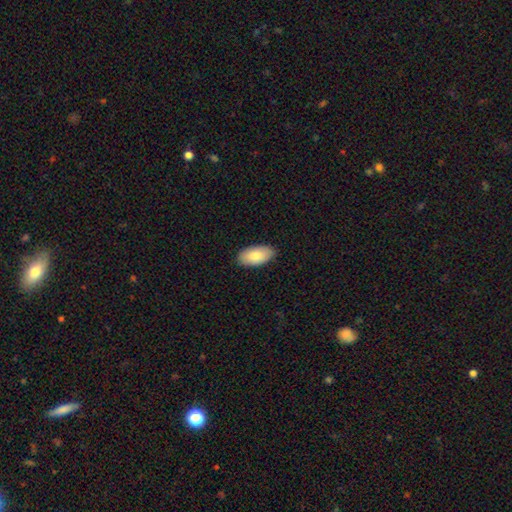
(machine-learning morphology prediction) smooth 83%, featured or disk 12%, star or artifact 6%. Down the decision tree: how rounded — in between (95%); merging — none (87%).